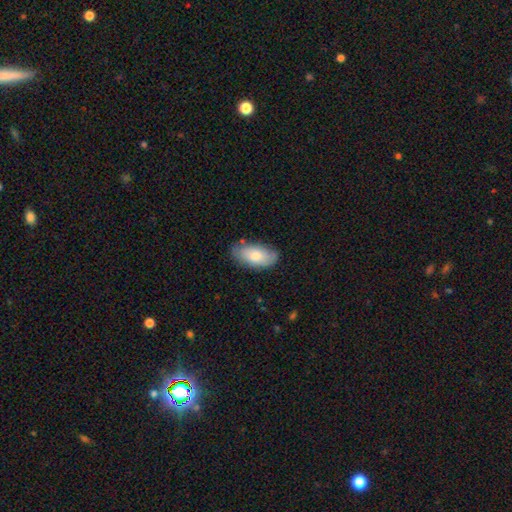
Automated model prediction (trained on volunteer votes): Smooth or featured? Predicted: smooth (p=0.77). How rounded? Predicted: in between (p=0.94). Merging? Predicted: none (p=0.74).